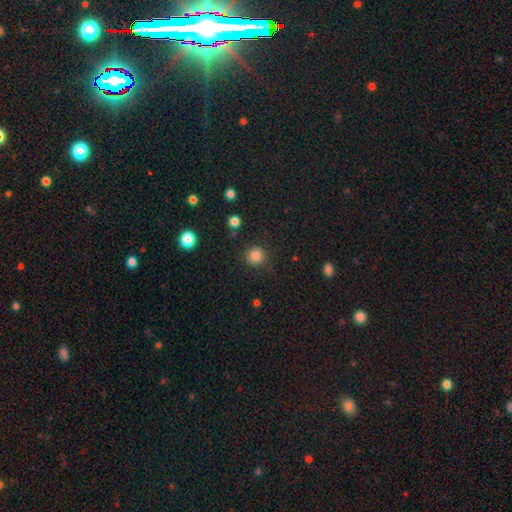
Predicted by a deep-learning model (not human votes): This is clearly a smooth galaxy (84%). How rounded: clearly round (94%). Merging: clearly none (87%).